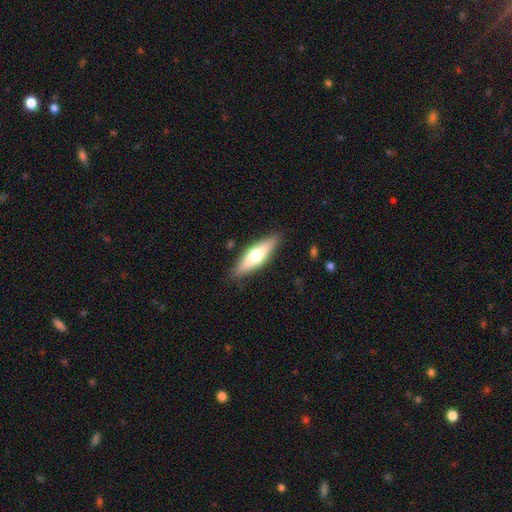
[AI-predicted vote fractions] Q: Smooth or featured?
A: smooth (58%); runner-up: featured or disk (36%)
Q: How rounded?
A: cigar-shaped (59%); runner-up: in between (39%)
Q: Merging?
A: none (86%); runner-up: minor disturbance (10%)